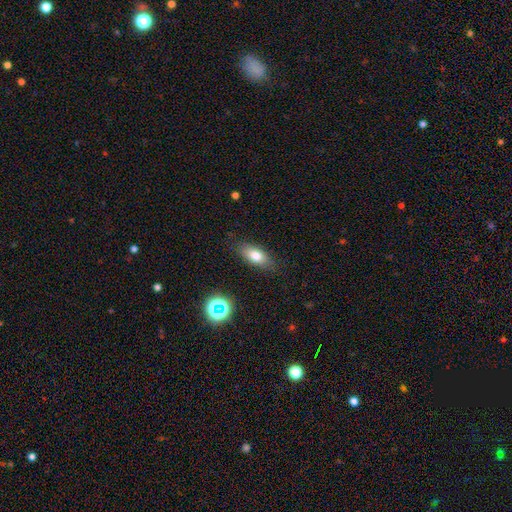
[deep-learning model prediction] Smooth or featured?
  - smooth: 76% *
  - featured or disk: 14%
  - star or artifact: 10%
How rounded?
  - in between: 80% *
  - cigar-shaped: 15%
  - round: 5%
Merging?
  - none: 83% *
  - minor disturbance: 12%
  - major disturbance: 3%
  - merger: 1%